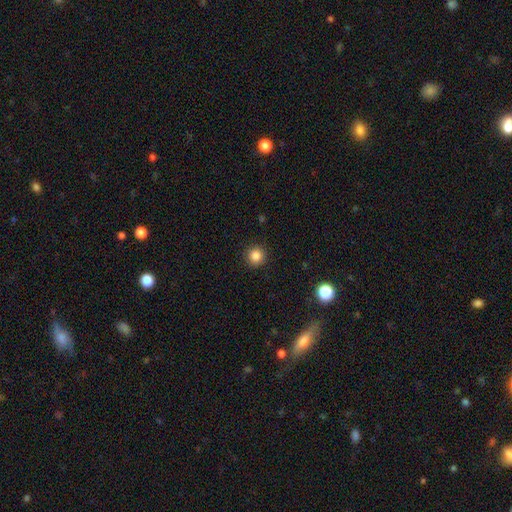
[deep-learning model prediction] Smooth or featured? smooth (85%)
How rounded? round (95%)
Merging? none (91%)